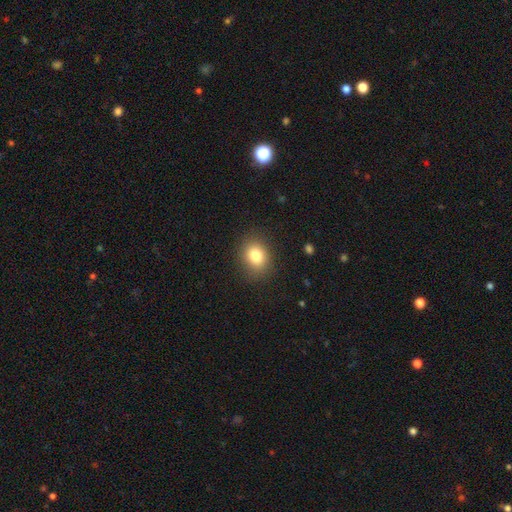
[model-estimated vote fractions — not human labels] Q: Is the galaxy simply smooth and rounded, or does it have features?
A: smooth — 81%.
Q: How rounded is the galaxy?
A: round — 51%.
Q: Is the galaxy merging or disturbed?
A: none — 86%.